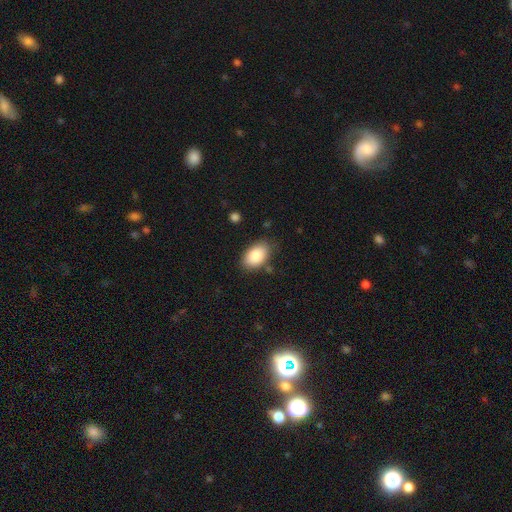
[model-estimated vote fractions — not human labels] Smooth or featured? Predicted: smooth (p=0.86). How rounded? Predicted: in between (p=0.92). Merging? Predicted: none (p=0.79).